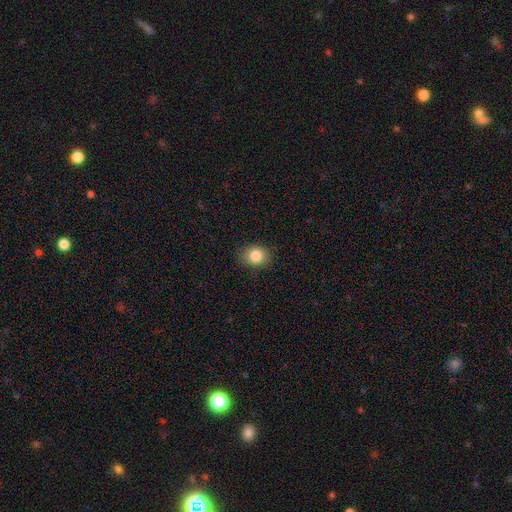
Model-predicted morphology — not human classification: type=smooth (84%); roundness=round (56%); merging=none (85%).